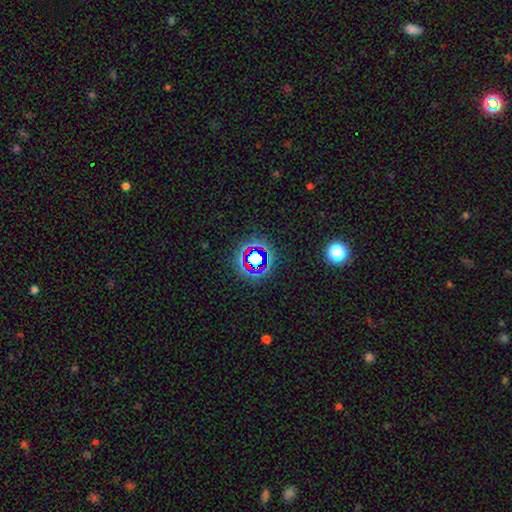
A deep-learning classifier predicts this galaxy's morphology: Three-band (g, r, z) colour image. It shows a star or artifact, not a galaxy (66%).